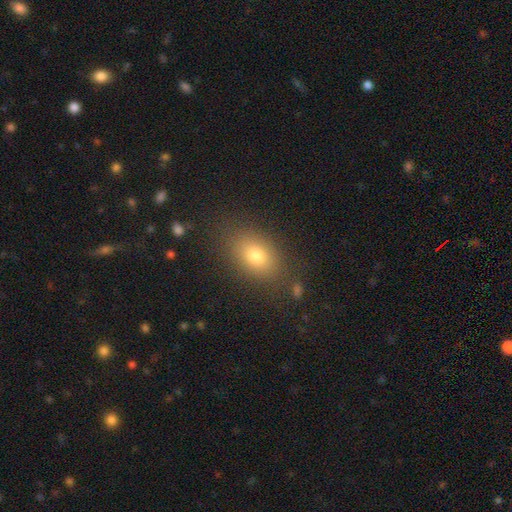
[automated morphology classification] Smooth or featured? smooth (78%)
How rounded? in between (81%)
Merging? none (81%)